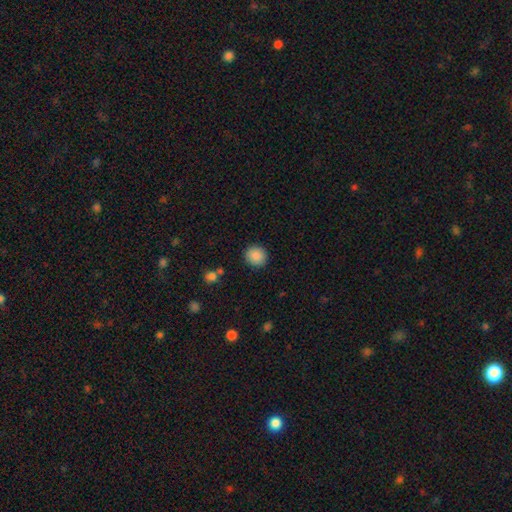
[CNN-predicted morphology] smooth 88%, star or artifact 8%, featured or disk 3%. Down the decision tree: how rounded — round (90%); merging — none (90%).